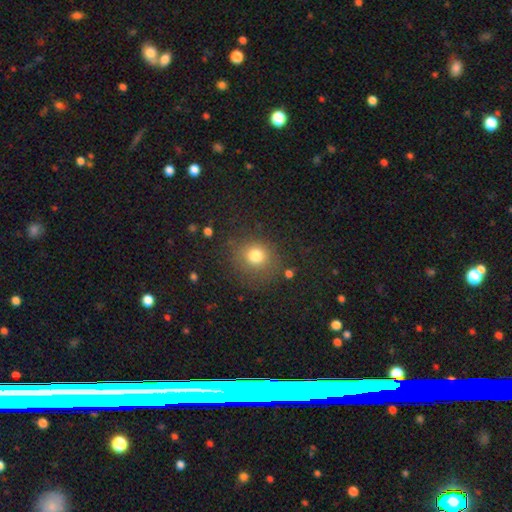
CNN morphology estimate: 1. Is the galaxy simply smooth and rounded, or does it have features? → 77% smooth, 15% star or artifact, 8% featured or disk.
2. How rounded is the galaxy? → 86% round, 13% in between, 1% cigar-shaped.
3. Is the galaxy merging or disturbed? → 79% none, 12% minor disturbance, 6% major disturbance, 2% merger.